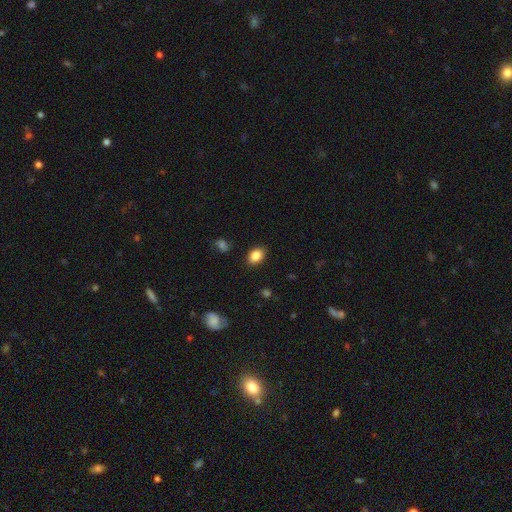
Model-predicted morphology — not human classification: smooth_or_featured: smooth (p=0.85) [alt: star or artifact p=0.09]
how_rounded: in between (p=0.73) [alt: round p=0.26]
merging: none (p=0.86) [alt: minor disturbance p=0.10]